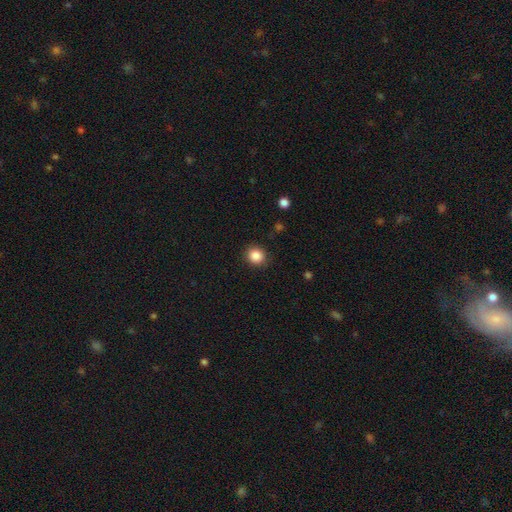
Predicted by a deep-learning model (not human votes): Smooth or featured?
  - smooth: 87% *
  - star or artifact: 10%
  - featured or disk: 3%
How rounded?
  - round: 84% *
  - in between: 15%
  - cigar-shaped: 1%
Merging?
  - none: 88% *
  - minor disturbance: 8%
  - major disturbance: 3%
  - merger: 1%